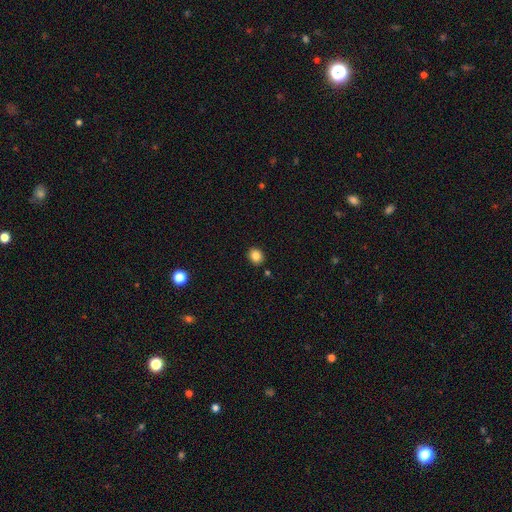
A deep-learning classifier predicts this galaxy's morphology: A smooth galaxy with no disk features (85%) that is round (65%). Merging: none (89%).